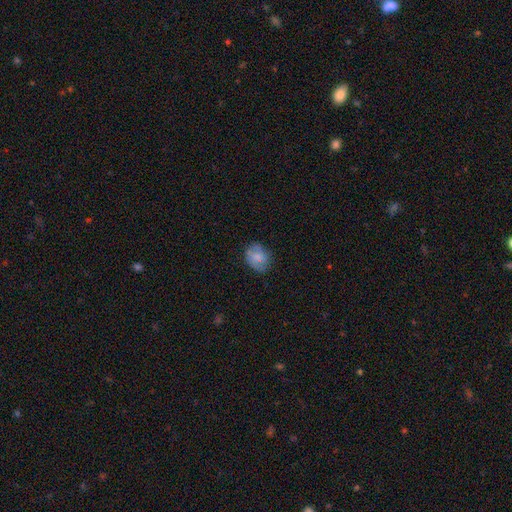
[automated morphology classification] Smooth or featured?
  - smooth: 73% *
  - featured or disk: 19%
  - star or artifact: 8%
How rounded?
  - in between: 57% *
  - round: 42%
  - cigar-shaped: 1%
Merging?
  - none: 69% *
  - minor disturbance: 23%
  - major disturbance: 6%
  - merger: 2%